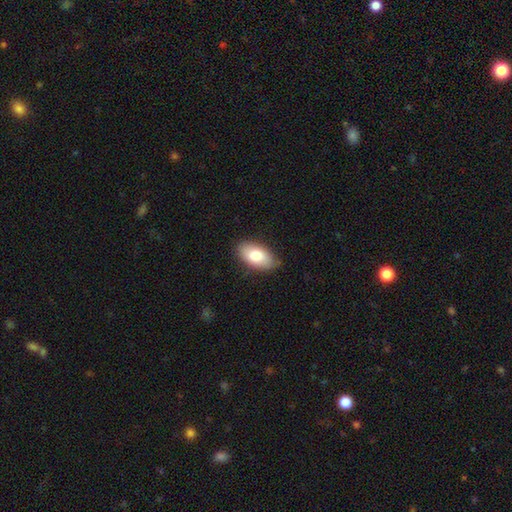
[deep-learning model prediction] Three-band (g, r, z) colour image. It shows a smooth galaxy with no disk features (81%) that is in between round and cigar-shaped (94%). Merging: none (81%).